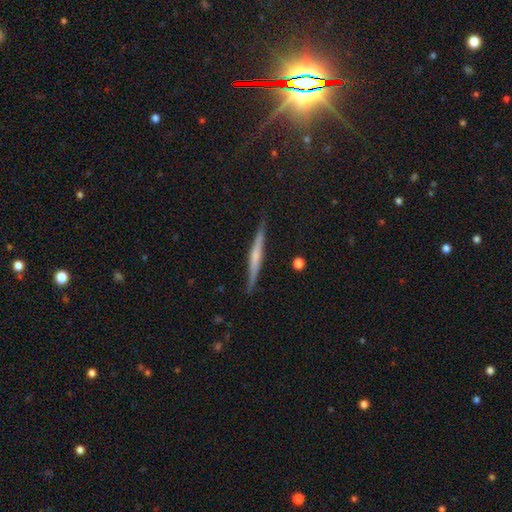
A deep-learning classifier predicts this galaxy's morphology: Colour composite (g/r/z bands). It shows a featured or disk galaxy (60%) viewed edge-on (97%) with no central bulge (46%). Merging: none (87%).